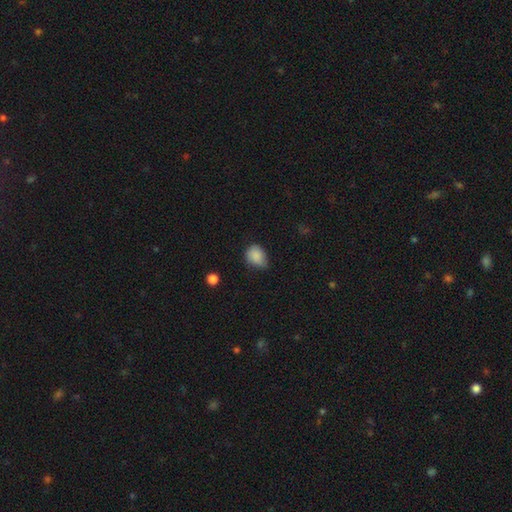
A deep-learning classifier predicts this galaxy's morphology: The model was most divided on "merging": none: 51%, minor disturbance: 40%, major disturbance: 7%, merger: 2%. More confident: smooth or featured — smooth (85%); how rounded — in between (55%).